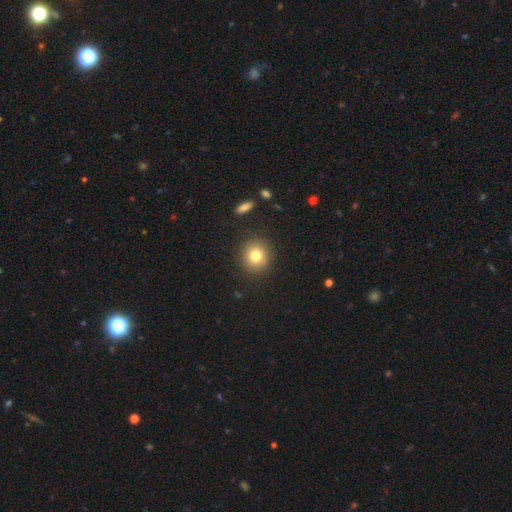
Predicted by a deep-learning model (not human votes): Smooth or featured? smooth (79%)
How rounded? round (88%)
Merging? none (88%)